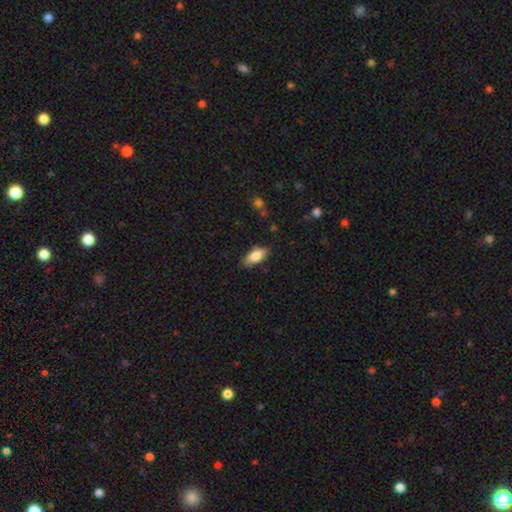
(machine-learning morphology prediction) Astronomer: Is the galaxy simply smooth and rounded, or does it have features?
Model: smooth — 81%.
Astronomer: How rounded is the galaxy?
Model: in between — 87%.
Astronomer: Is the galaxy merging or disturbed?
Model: none — 81%.